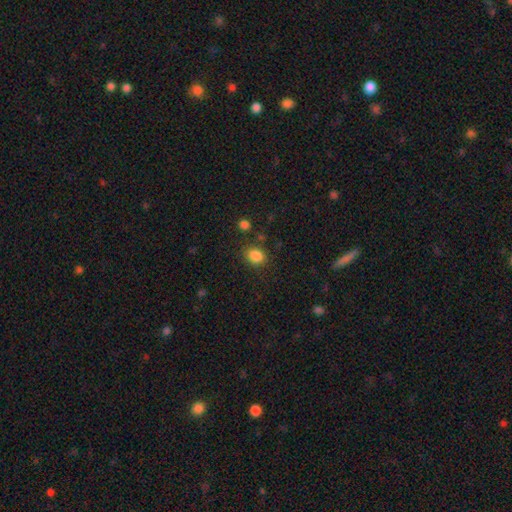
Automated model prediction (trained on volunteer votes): Q: Smooth or featured?
A: smooth (85%); runner-up: star or artifact (11%)
Q: How rounded?
A: in between (50%); runner-up: round (49%)
Q: Merging?
A: none (80%); runner-up: minor disturbance (12%)